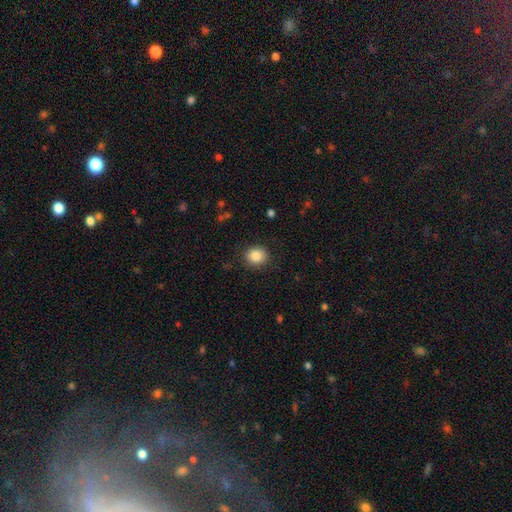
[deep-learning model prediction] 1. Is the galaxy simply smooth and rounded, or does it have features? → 86% smooth, 9% star or artifact, 5% featured or disk.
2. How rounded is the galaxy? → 76% round, 23% in between, 1% cigar-shaped.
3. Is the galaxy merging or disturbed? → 87% none, 9% minor disturbance, 3% major disturbance, 1% merger.